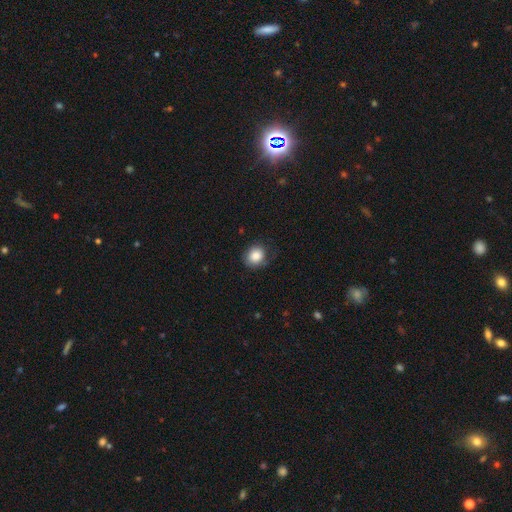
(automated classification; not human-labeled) This appears to be a smooth galaxy with no disk features (84%) that is round (72%). Merging: none (73%).